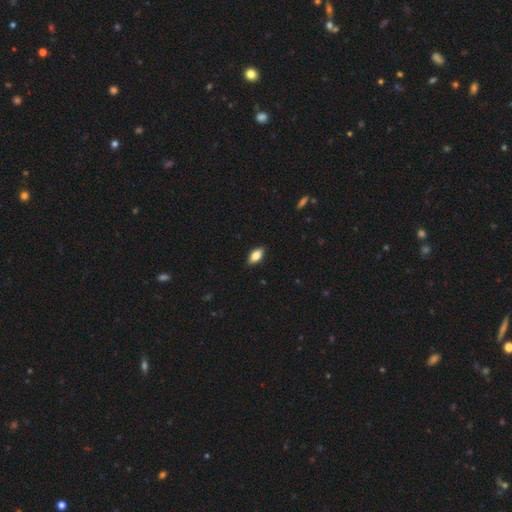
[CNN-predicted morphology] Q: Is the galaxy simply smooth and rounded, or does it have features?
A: smooth — 78%.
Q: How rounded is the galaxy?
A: in between — 89%.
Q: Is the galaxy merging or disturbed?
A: none — 88%.